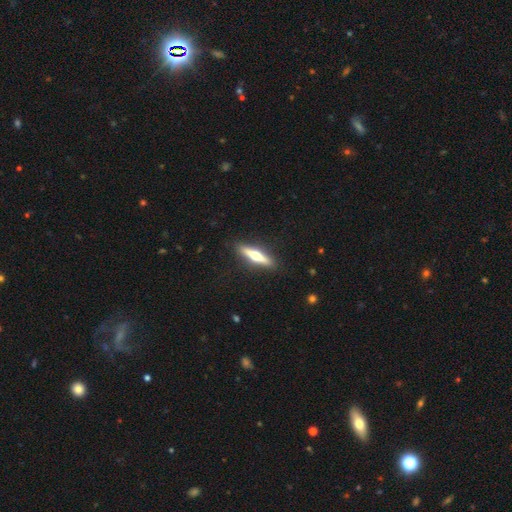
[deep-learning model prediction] Smooth or featured? featured or disk (59%)
Edge-on disk? yes (95%)
Edge-on bulge? rounded (94%)
Merging? none (90%)